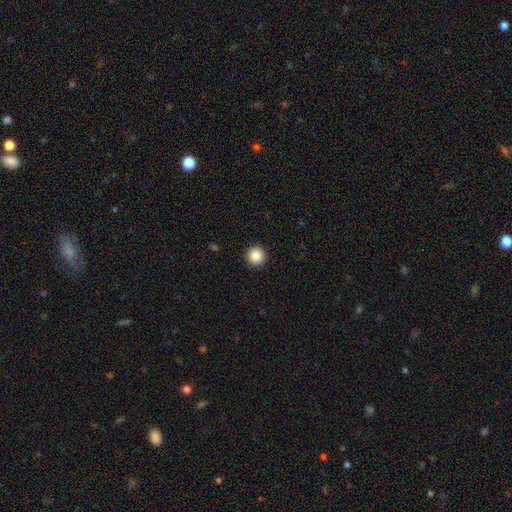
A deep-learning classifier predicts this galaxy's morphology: Smooth or featured: smooth — 87% (star or artifact — 9%)
How rounded: round — 96% (in between — 3%)
Merging: none — 93% (minor disturbance — 4%)